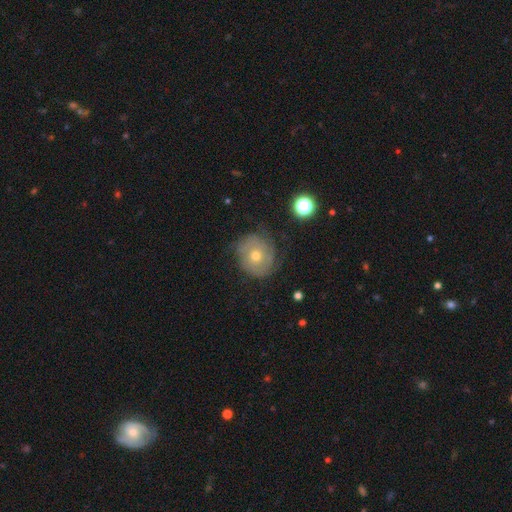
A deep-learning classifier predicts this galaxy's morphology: type=featured or disk (56%); edge-on=no (97%); bar=no (85%); spiral arms=yes (75%); bulge=moderate (54%); merging=none (67%).